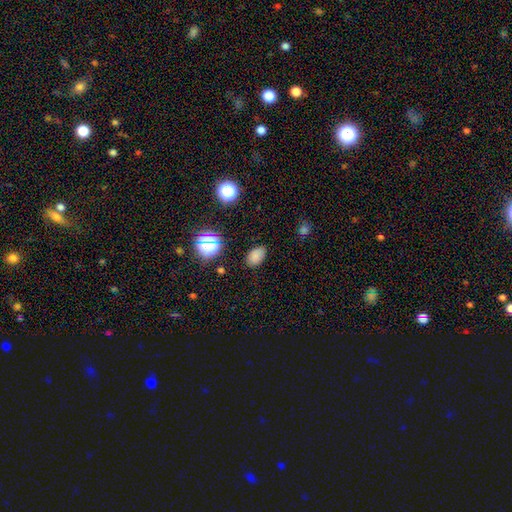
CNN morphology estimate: The model was most divided on "smooth or featured": smooth: 77%, star or artifact: 17%, featured or disk: 6%. More confident: how rounded — in between (86%); merging — none (82%).